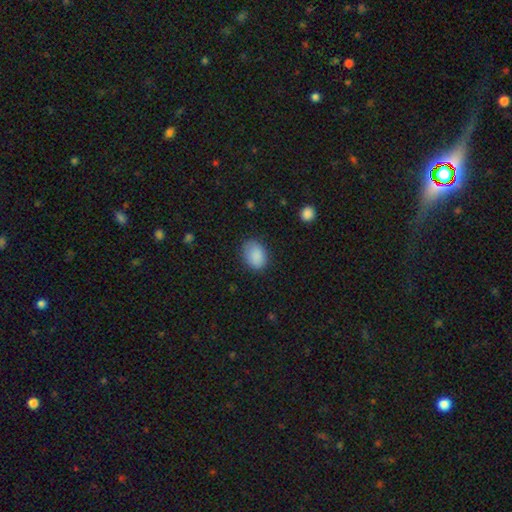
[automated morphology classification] The model was most divided on "how rounded": in between: 75%, round: 24%, cigar-shaped: 1%. More confident: smooth or featured — smooth (88%); merging — none (78%).